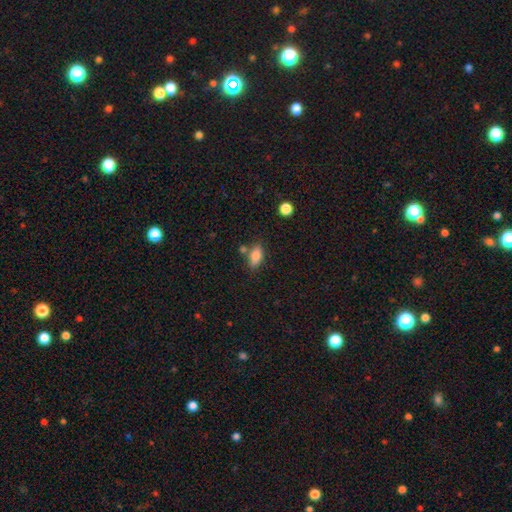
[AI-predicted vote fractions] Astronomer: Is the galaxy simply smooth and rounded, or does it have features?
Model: smooth — 81%.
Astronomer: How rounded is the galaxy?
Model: in between — 85%.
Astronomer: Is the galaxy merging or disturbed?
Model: none — 69%.